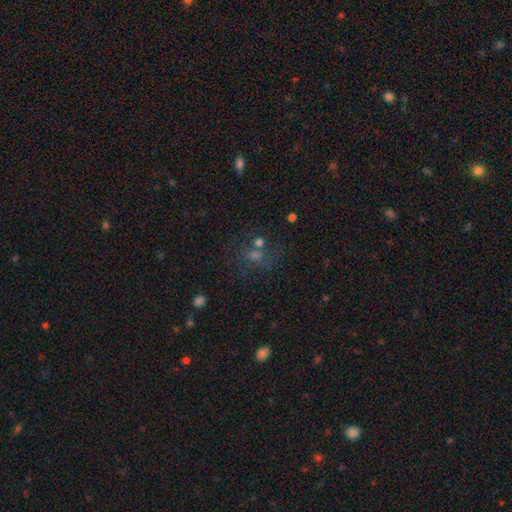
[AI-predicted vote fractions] Smooth or featured: smooth — 45% (star or artifact — 35%)
Merging: none — 55% (merger — 17%)